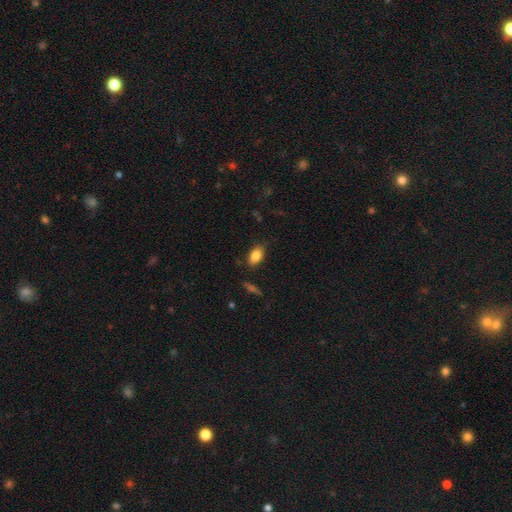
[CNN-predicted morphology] Q: Smooth or featured?
A: smooth (83%); runner-up: featured or disk (9%)
Q: How rounded?
A: in between (89%); runner-up: round (8%)
Q: Merging?
A: none (82%); runner-up: minor disturbance (14%)